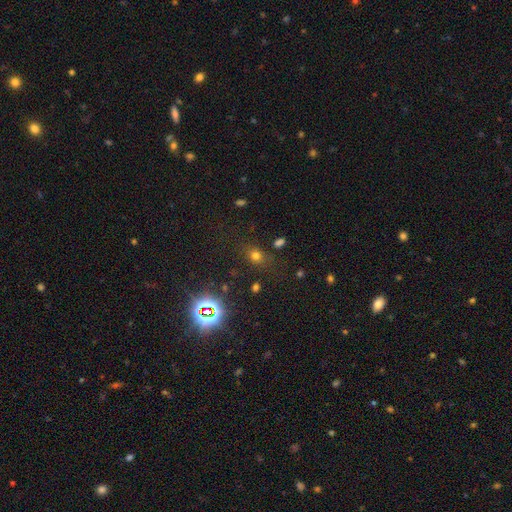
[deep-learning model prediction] smooth-or-featured: smooth: 64% | star or artifact: 27% | featured or disk: 9%
  how-rounded: round: 56% | in between: 42% | cigar-shaped: 2%
  merging: none: 76% | minor disturbance: 14% | major disturbance: 7% | merger: 4%